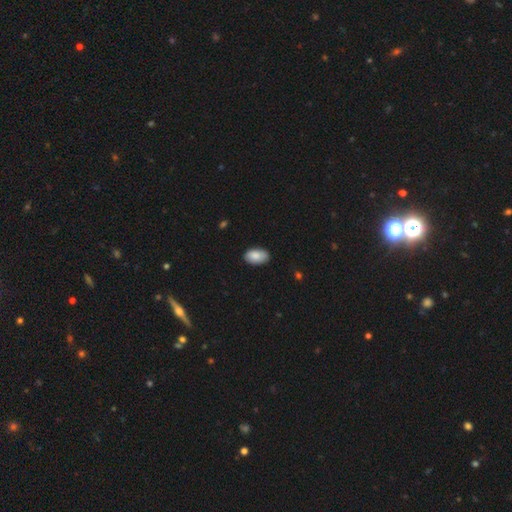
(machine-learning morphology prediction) A smooth galaxy with no disk features (87%) that is in between round and cigar-shaped (94%). Merging: none (84%).